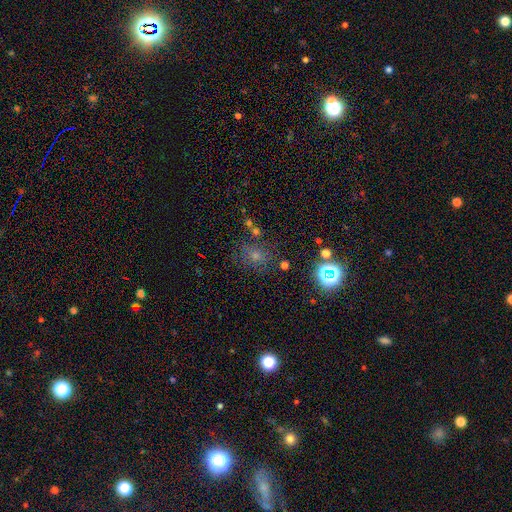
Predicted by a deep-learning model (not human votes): Q: Smooth or featured?
A: smooth (53%); runner-up: star or artifact (34%)
Q: How rounded?
A: round (70%); runner-up: in between (28%)
Q: Merging?
A: none (72%); runner-up: minor disturbance (14%)